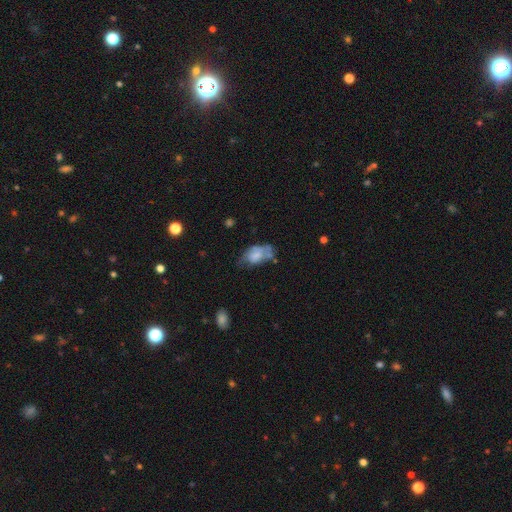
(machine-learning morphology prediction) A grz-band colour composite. It shows a smooth galaxy with no disk features (52%) that is in between round and cigar-shaped (90%). Merging: none (34%).